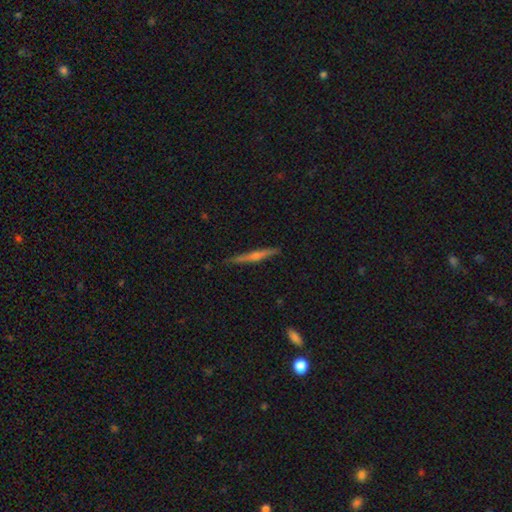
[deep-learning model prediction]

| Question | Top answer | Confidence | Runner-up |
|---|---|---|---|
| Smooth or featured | featured or disk | 67% | smooth (23%) |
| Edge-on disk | yes | 96% | no (4%) |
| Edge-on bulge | rounded | 76% | none (17%) |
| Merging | none | 88% | minor disturbance (9%) |